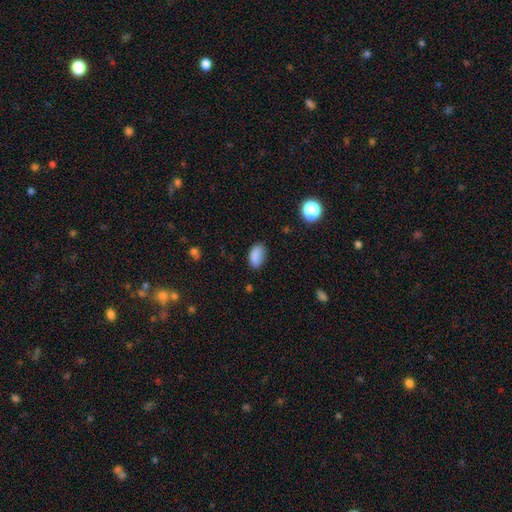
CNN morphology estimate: type=smooth (85%); roundness=in between (91%); merging=none (75%).